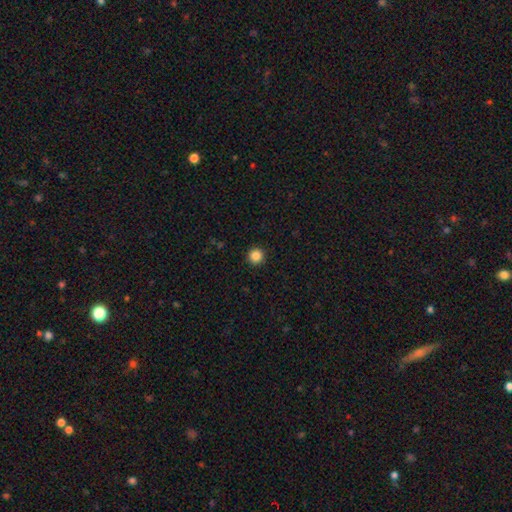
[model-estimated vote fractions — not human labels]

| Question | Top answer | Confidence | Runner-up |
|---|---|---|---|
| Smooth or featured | smooth | 86% | star or artifact (11%) |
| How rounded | round | 96% | in between (3%) |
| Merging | none | 94% | minor disturbance (4%) |